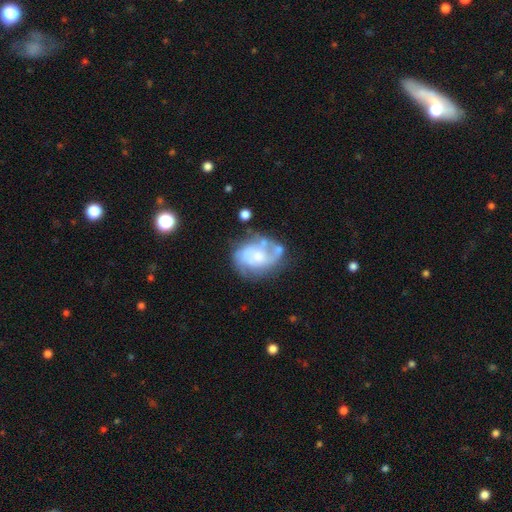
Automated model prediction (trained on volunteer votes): Overall: featured or disk (73%). Edge-on disk: no (98%). Bar: no (70%). Spiral arms: yes (76%). Spiral arm count: 2 (55%; can't tell 23%). Spiral winding: medium (44%; tight 32%). Bulge size: moderate (41%; small 35%). Merging: none (50%; minor disturbance 23%).